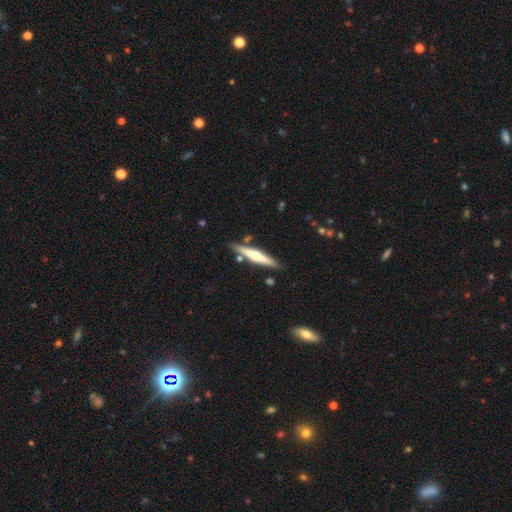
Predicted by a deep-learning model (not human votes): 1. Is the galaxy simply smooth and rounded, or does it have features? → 59% featured or disk, 36% smooth, 5% star or artifact.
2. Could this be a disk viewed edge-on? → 96% yes, 4% no.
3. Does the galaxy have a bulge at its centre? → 86% rounded, 10% none, 4% boxy.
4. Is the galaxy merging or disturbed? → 84% none, 10% minor disturbance, 4% merger, 2% major disturbance.